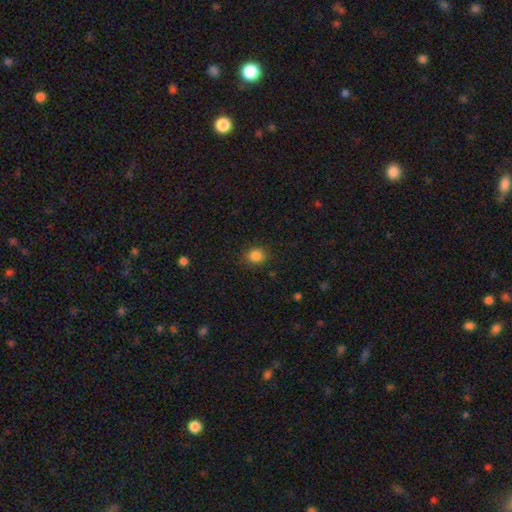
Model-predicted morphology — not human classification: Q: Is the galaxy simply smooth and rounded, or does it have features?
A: smooth — 86%.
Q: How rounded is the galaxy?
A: round — 75%.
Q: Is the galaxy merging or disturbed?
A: none — 87%.